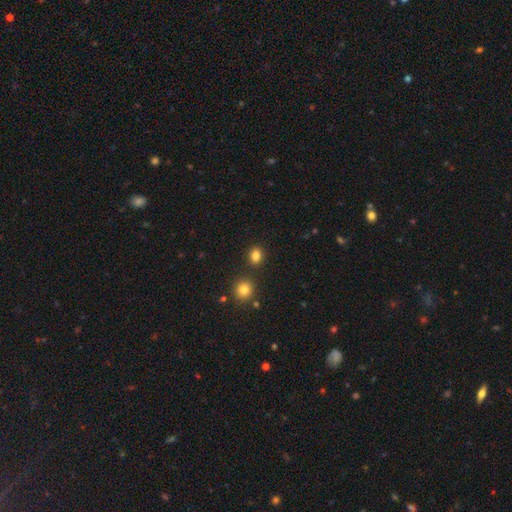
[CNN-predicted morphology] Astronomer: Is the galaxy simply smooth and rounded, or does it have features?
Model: smooth — 83%.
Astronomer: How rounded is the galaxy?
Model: round — 56% (runner-up: in between, 43%).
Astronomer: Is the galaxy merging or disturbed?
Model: none — 84%.